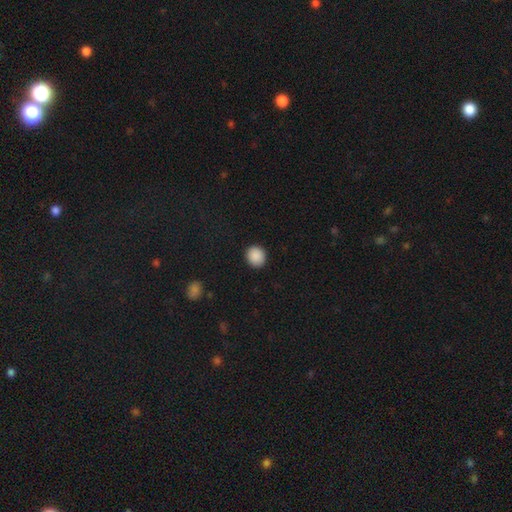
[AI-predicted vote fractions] Smooth or featured? smooth (90%)
How rounded? round (85%)
Merging? none (91%)